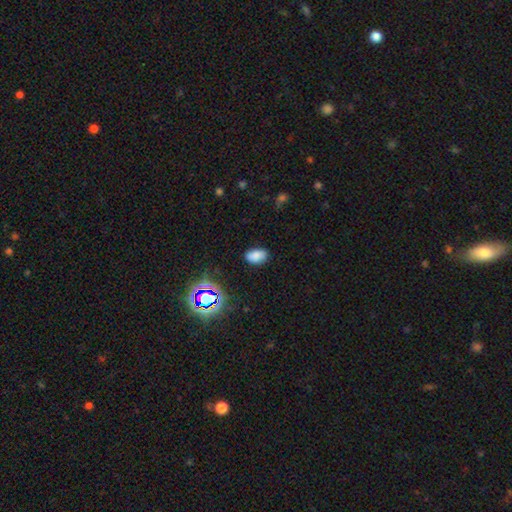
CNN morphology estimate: A smooth galaxy with no disk features (77%) that is in between round and cigar-shaped (90%). Merging: none (80%).